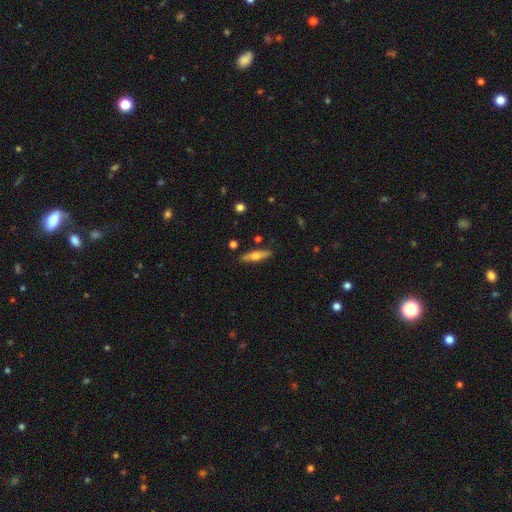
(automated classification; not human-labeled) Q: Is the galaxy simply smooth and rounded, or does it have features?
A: smooth — 48%.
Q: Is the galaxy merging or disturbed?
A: none — 87%.